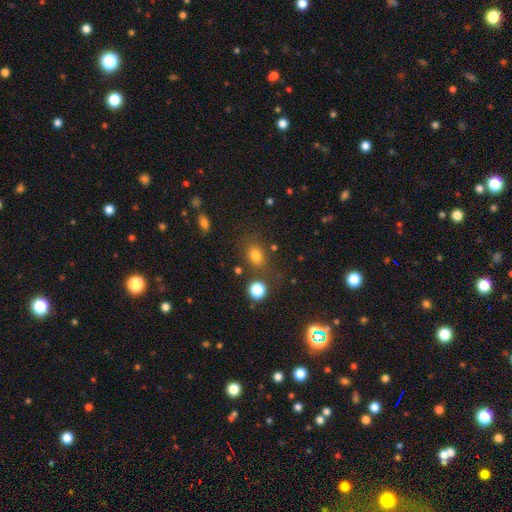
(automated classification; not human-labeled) Morphology: type=smooth (76%); roundness=in between (63%); merging=none (72%).